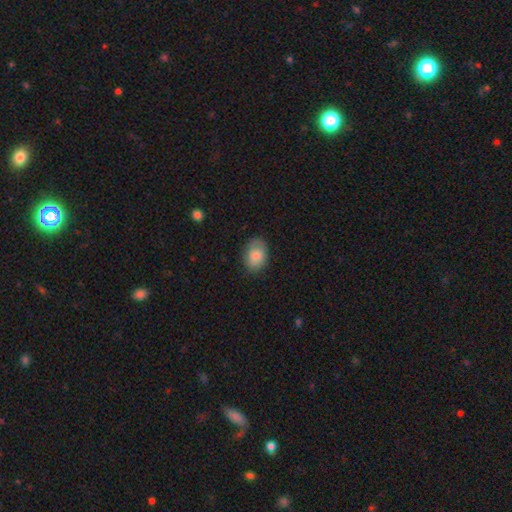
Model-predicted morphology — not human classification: This appears to be a smooth galaxy with no disk features (81%) that is in between round and cigar-shaped (79%). Merging: none (77%).